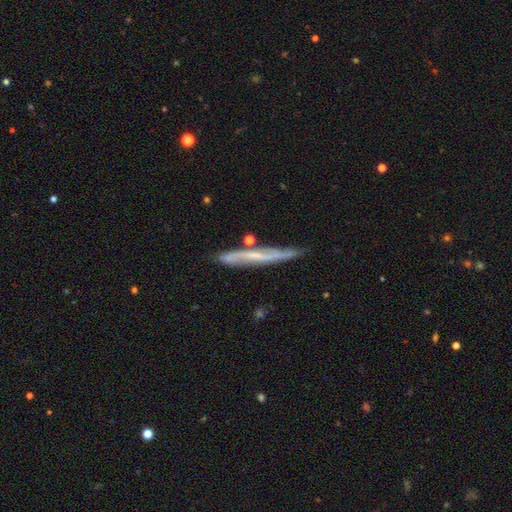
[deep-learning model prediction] This is possibly a featured or disk galaxy (59%). It is clearly viewed edge-on (85%). Merging: likely none (71%).